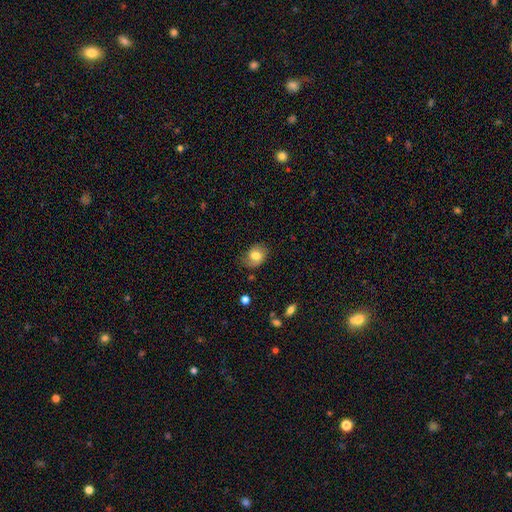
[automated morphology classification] The model was most divided on "how rounded": in between: 52%, round: 47%, cigar-shaped: 1%. More confident: smooth or featured — smooth (78%); merging — none (71%).